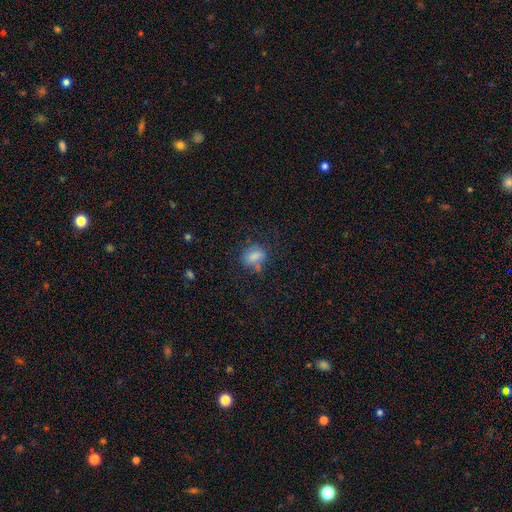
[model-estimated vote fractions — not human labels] smooth 73%, featured or disk 14%, star or artifact 14%. Down the decision tree: how rounded — in between (57%); merging — none (59%).